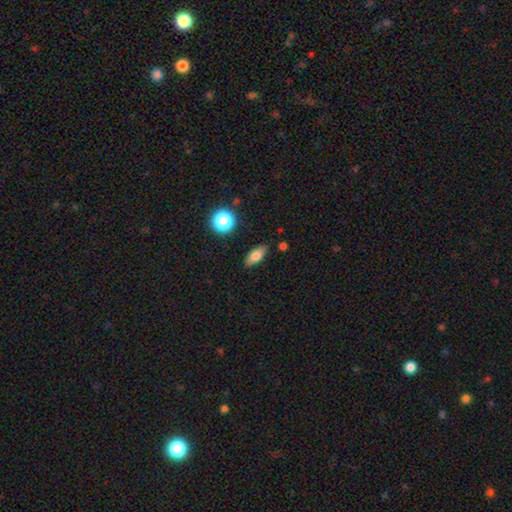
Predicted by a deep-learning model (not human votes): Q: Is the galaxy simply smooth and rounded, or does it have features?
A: smooth — 74%.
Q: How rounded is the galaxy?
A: in between — 74%.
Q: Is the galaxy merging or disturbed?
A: none — 84%.